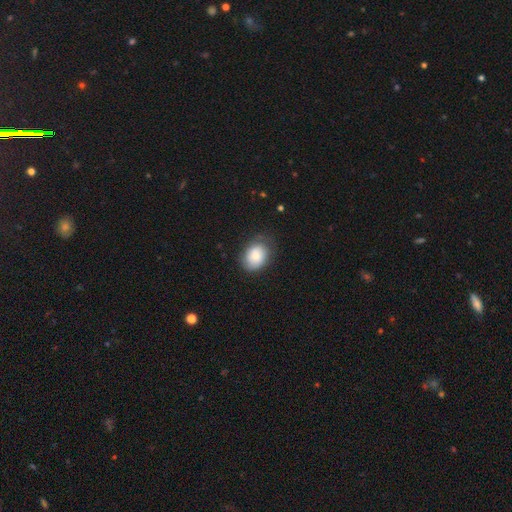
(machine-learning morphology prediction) Smooth or featured?
  - smooth: 76% *
  - featured or disk: 16%
  - star or artifact: 7%
How rounded?
  - in between: 64% *
  - round: 35%
  - cigar-shaped: 1%
Merging?
  - none: 68% *
  - minor disturbance: 24%
  - major disturbance: 7%
  - merger: 1%